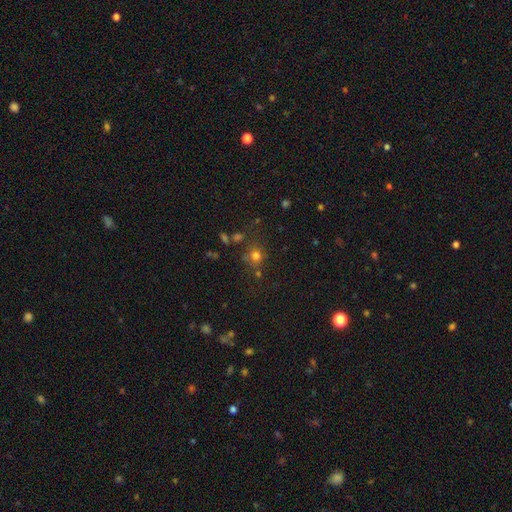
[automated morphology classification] Overall: smooth (73%). How rounded: round (84%). Merging: none (71%).